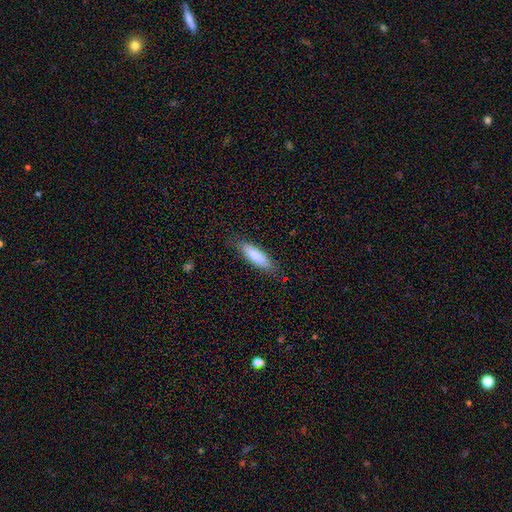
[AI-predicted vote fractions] smooth 85%, featured or disk 9%, star or artifact 6%. Down the decision tree: how rounded — cigar-shaped (57%); merging — none (83%).